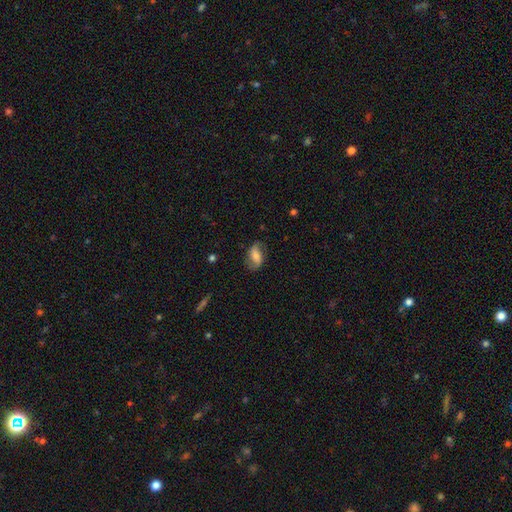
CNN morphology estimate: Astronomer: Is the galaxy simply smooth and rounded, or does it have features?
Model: featured or disk — 48% (runner-up: smooth, 44%).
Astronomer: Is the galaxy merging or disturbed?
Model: none — 71%.